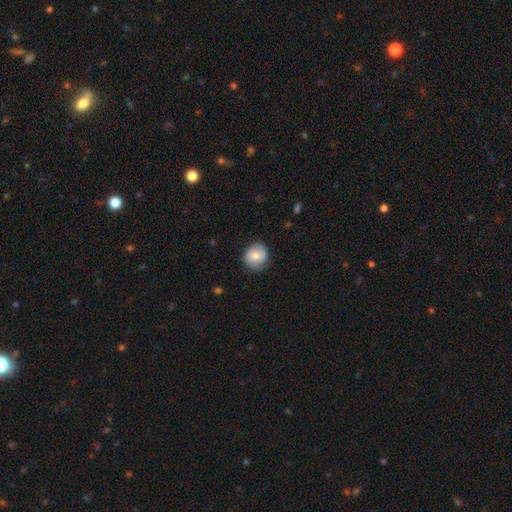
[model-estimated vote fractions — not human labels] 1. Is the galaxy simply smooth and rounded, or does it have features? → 64% smooth, 29% featured or disk, 7% star or artifact.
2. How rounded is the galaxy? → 82% round, 17% in between, 1% cigar-shaped.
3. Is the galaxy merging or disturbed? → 77% none, 17% minor disturbance, 4% major disturbance, 1% merger.